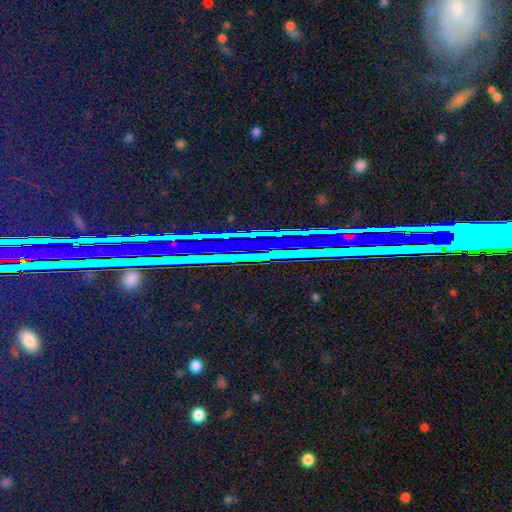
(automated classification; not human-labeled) This is clearly a star or artifact rather than a galaxy (84%).